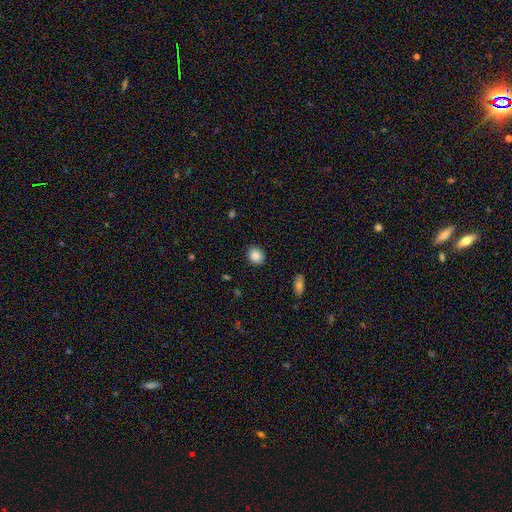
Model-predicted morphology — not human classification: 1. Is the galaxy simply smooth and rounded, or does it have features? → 87% smooth, 9% star or artifact, 4% featured or disk.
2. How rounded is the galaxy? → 73% round, 26% in between, 1% cigar-shaped.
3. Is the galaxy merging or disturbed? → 89% none, 8% minor disturbance, 2% major disturbance, 1% merger.